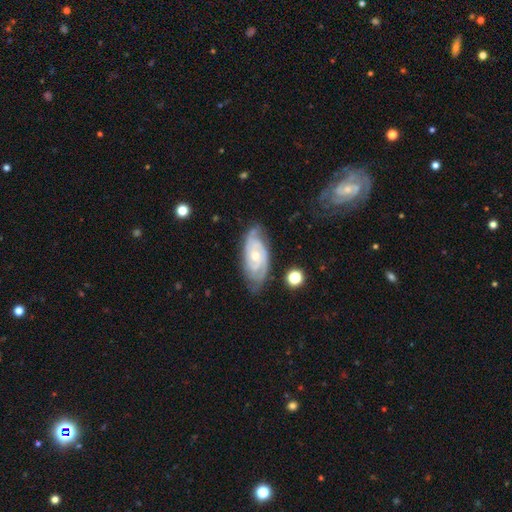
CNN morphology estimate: A featured or disk galaxy (85%) with no bar (71%), 2 (44%) tight (68%) spiral arms (96%) and a small central bulge (50%). Merging: none (72%).